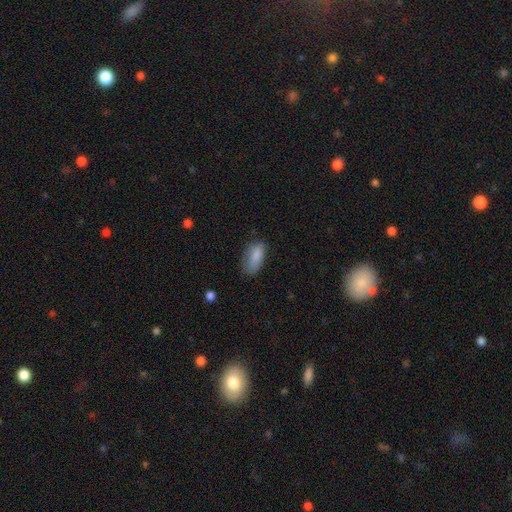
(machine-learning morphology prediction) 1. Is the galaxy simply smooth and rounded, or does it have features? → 85% smooth, 8% featured or disk, 7% star or artifact.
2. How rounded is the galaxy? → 90% in between, 7% cigar-shaped, 3% round.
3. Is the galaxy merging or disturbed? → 59% none, 30% minor disturbance, 9% major disturbance, 2% merger.